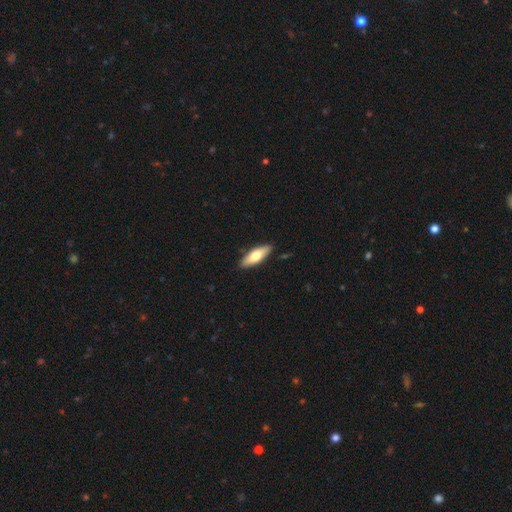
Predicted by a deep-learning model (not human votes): Q: Smooth or featured?
A: smooth (65%); runner-up: featured or disk (30%)
Q: How rounded?
A: in between (56%); runner-up: cigar-shaped (42%)
Q: Merging?
A: none (87%); runner-up: minor disturbance (10%)